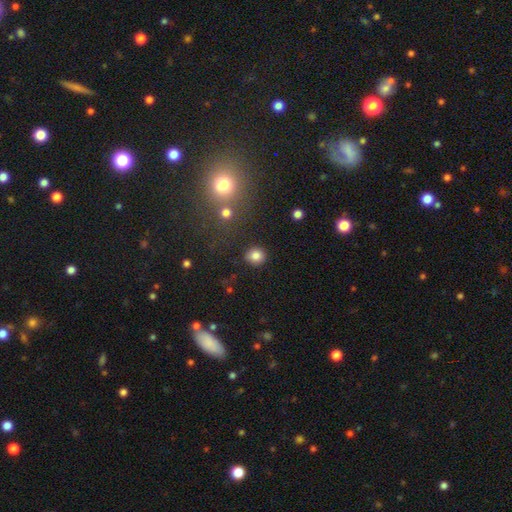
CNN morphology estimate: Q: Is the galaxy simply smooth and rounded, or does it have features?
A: smooth — 83%.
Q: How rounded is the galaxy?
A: round — 85%.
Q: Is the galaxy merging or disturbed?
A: none — 88%.